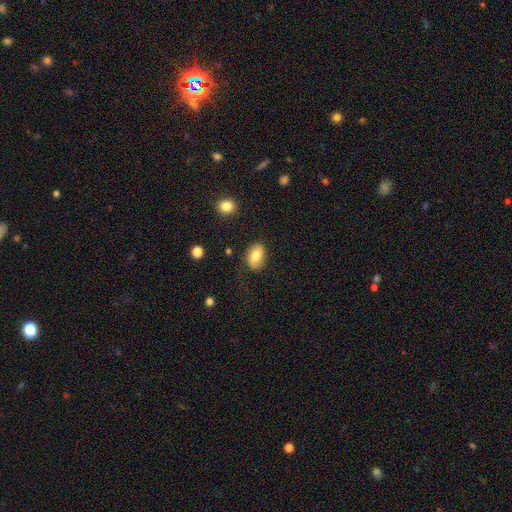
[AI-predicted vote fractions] This appears to be a smooth galaxy with no disk features (78%) that is in between round and cigar-shaped (85%). Merging: none (80%).